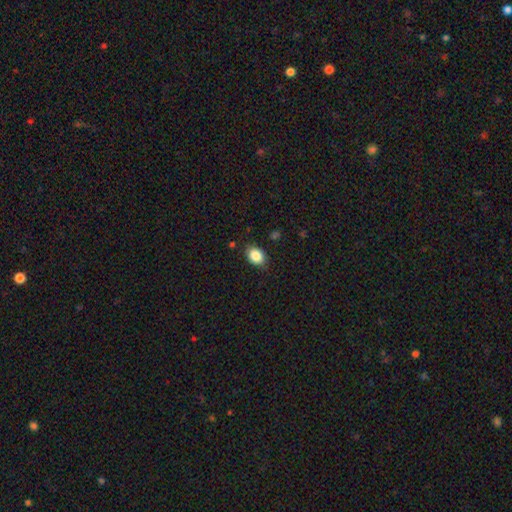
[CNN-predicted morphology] smooth_or_featured: smooth (p=0.87) [alt: star or artifact p=0.08]
how_rounded: in between (p=0.75) [alt: round p=0.24]
merging: none (p=0.85) [alt: minor disturbance p=0.11]